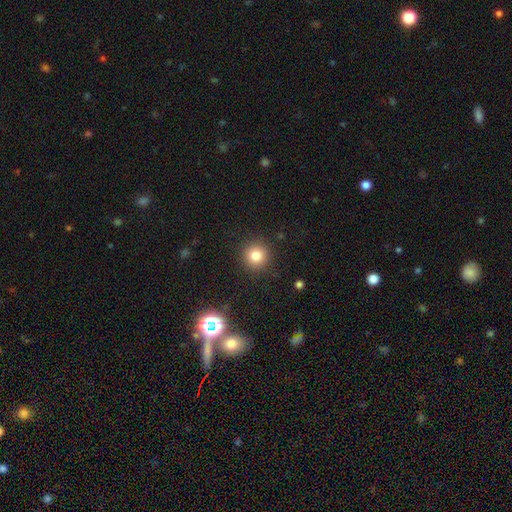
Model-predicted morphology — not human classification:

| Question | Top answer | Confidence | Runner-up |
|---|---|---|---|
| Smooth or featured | smooth | 80% | star or artifact (13%) |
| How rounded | round | 94% | in between (5%) |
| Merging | none | 90% | minor disturbance (6%) |